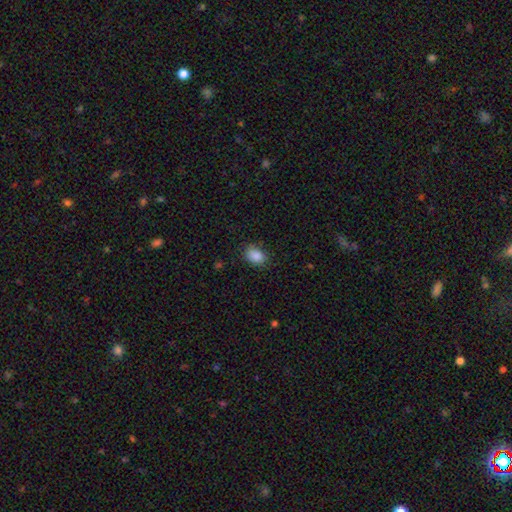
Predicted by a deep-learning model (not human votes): Smooth or featured? Predicted: smooth (p=0.88). How rounded? Predicted: in between (p=0.77). Merging? Predicted: none (p=0.79).